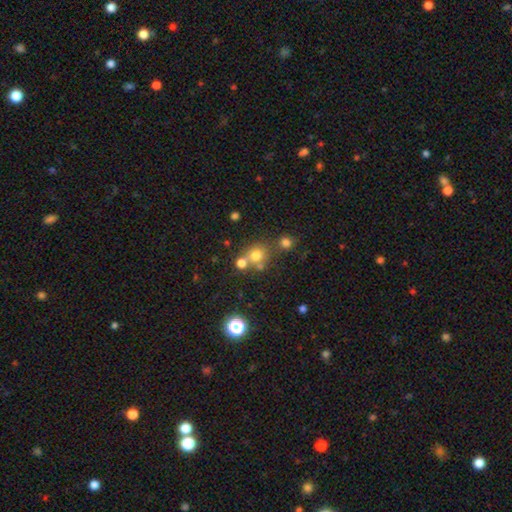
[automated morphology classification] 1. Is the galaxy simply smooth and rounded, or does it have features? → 70% smooth, 19% star or artifact, 11% featured or disk.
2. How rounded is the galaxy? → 84% round, 15% in between, 1% cigar-shaped.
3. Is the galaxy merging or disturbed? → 54% none, 32% merger, 9% minor disturbance, 4% major disturbance.